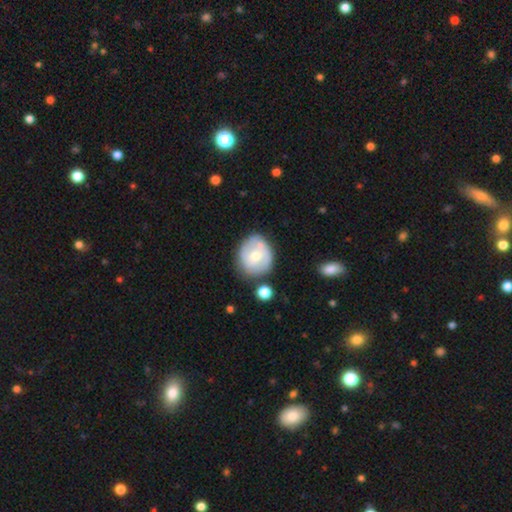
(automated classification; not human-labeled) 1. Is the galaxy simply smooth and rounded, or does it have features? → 49% featured or disk, 44% smooth, 7% star or artifact.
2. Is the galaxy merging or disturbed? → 65% none, 19% minor disturbance, 10% merger, 6% major disturbance.